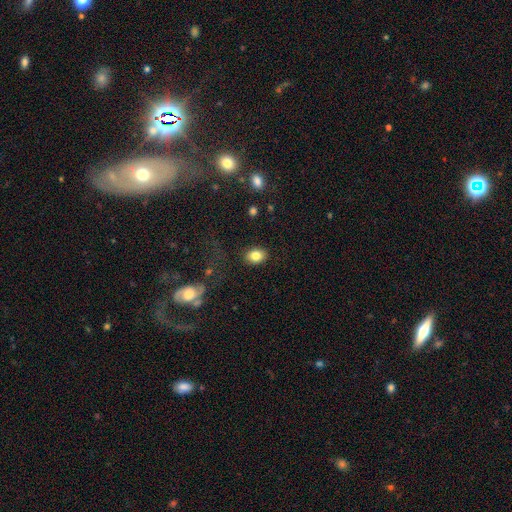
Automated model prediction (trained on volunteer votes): A smooth galaxy with no disk features (83%) that is in between round and cigar-shaped (67%).

Vote fractions:
- Smooth or featured? smooth: 83% / star or artifact: 9% / featured or disk: 8%
- How rounded? in between: 67% / round: 32% / cigar-shaped: 1%
- Merging? none: 87% / minor disturbance: 9% / major disturbance: 3% / merger: 2%